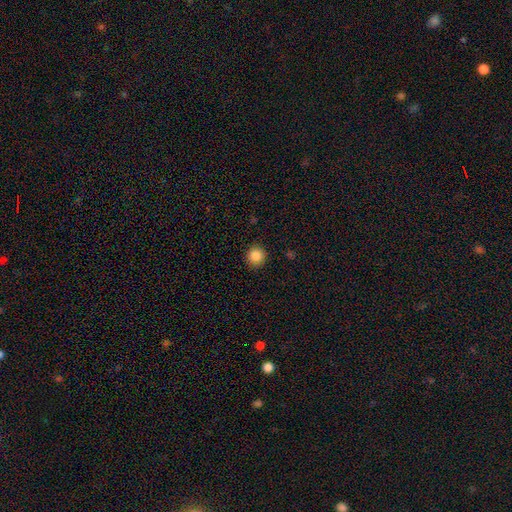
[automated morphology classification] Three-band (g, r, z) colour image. It shows a smooth galaxy with no disk features (86%) that is round (93%). Merging: none (92%).